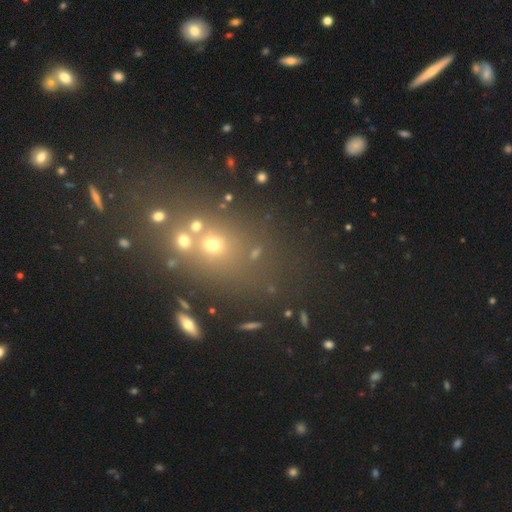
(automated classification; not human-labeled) This appears to be a star or artifact, not a galaxy (44%).